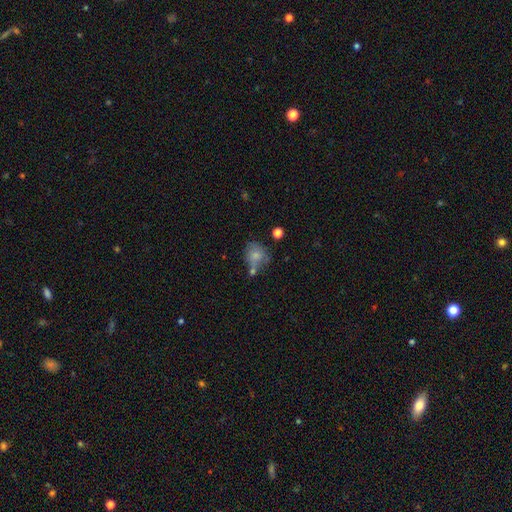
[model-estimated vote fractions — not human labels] A smooth galaxy with no disk features (72%) that is round (64%). Merging: none (44%).